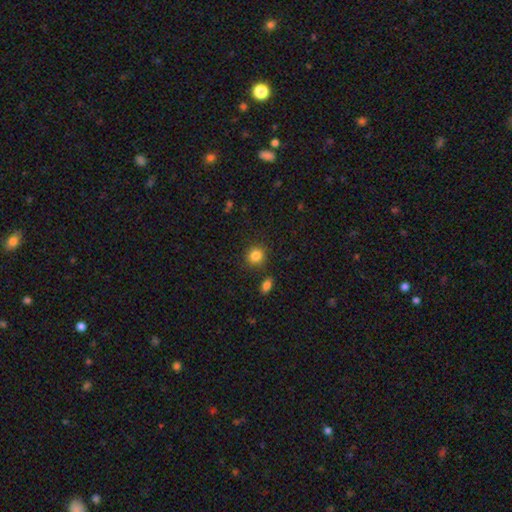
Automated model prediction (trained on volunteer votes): The model was most divided on "how rounded": round: 83%, in between: 16%, cigar-shaped: 1%. More confident: smooth or featured — smooth (85%); merging — none (85%).